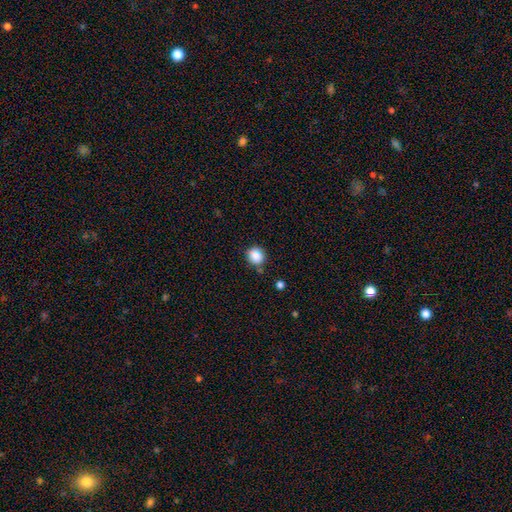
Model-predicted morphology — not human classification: A smooth galaxy with no disk features (87%) that is round (84%).

Vote fractions:
- Smooth or featured? smooth: 87% / star or artifact: 9% / featured or disk: 4%
- How rounded? round: 84% / in between: 15% / cigar-shaped: 1%
- Merging? none: 77% / minor disturbance: 14% / merger: 5% / major disturbance: 3%